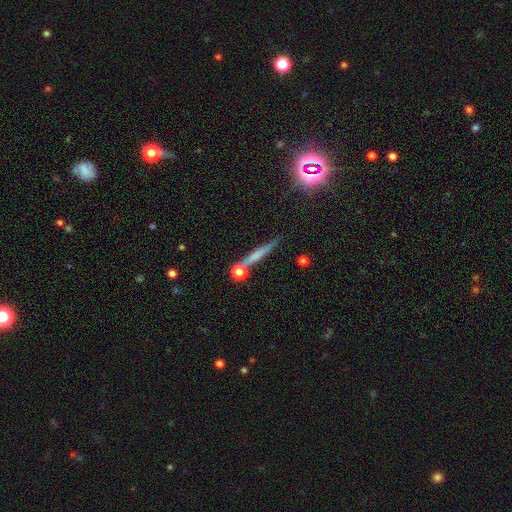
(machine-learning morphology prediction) This is possibly a smooth galaxy (48%). Merging: likely none (74%).